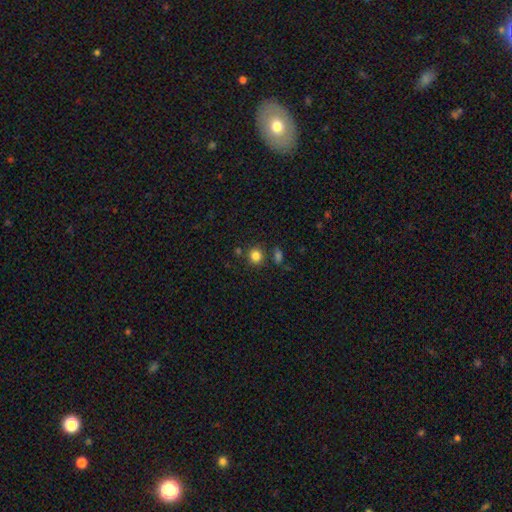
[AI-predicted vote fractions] Q: Smooth or featured?
A: smooth (83%); runner-up: star or artifact (12%)
Q: How rounded?
A: round (88%); runner-up: in between (11%)
Q: Merging?
A: none (79%); runner-up: minor disturbance (10%)